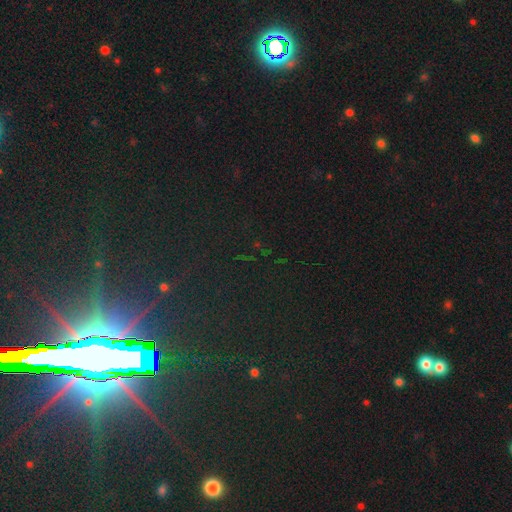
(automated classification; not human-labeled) A star or artifact, not a galaxy (76%).